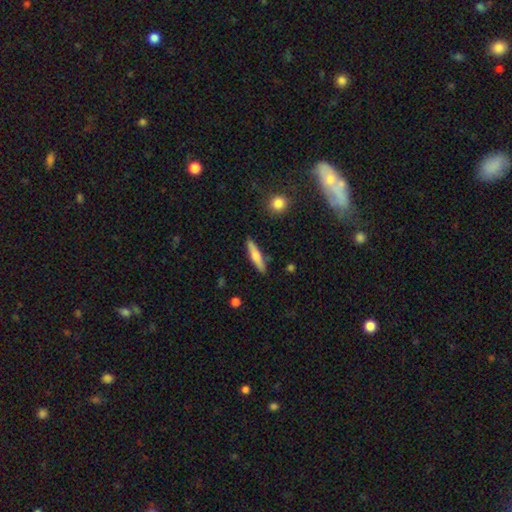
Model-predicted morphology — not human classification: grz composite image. It shows a smooth galaxy with no disk features (61%) that is cigar-shaped (84%). Merging: none (88%).